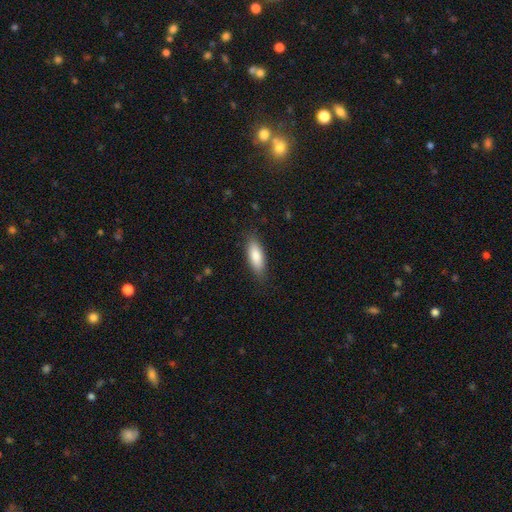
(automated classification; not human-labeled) Smooth or featured? Predicted: smooth (p=0.84). How rounded? Predicted: in between (p=0.70). Merging? Predicted: none (p=0.84).